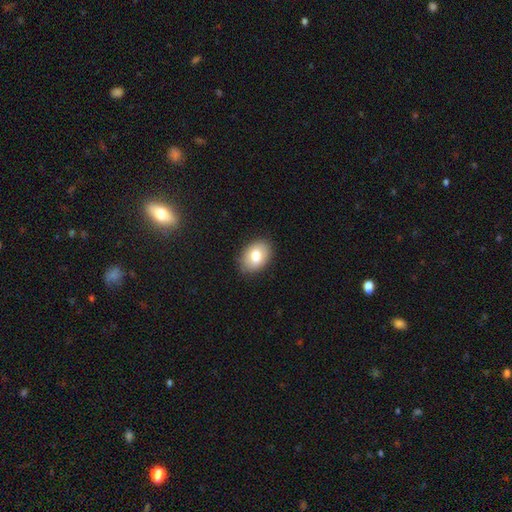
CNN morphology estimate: Smooth or featured?
  - smooth: 78% *
  - featured or disk: 14%
  - star or artifact: 8%
How rounded?
  - in between: 80% *
  - round: 19%
  - cigar-shaped: 1%
Merging?
  - none: 86% *
  - minor disturbance: 10%
  - major disturbance: 2%
  - merger: 1%